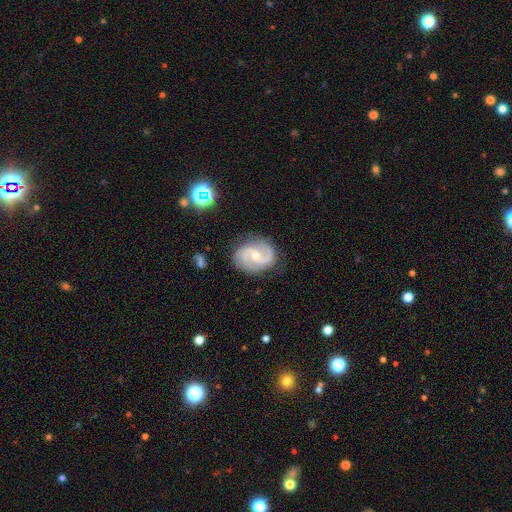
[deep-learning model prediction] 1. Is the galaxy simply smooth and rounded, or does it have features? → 89% featured or disk, 6% smooth, 5% star or artifact.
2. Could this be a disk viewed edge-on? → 98% no, 2% yes.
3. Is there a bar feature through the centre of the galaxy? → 47% weak, 41% no, 12% strong.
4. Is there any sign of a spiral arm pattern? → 97% yes, 3% no.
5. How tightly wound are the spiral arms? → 57% medium, 25% tight, 18% loose.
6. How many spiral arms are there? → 91% 2, 3% can't tell, 3% 3, 1% 1, 1% 4, 1% more than 4.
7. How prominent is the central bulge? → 48% small, 47% moderate, 2% none, 2% large, 1% dominant.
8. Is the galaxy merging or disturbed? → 81% none, 14% minor disturbance, 4% major disturbance, 1% merger.